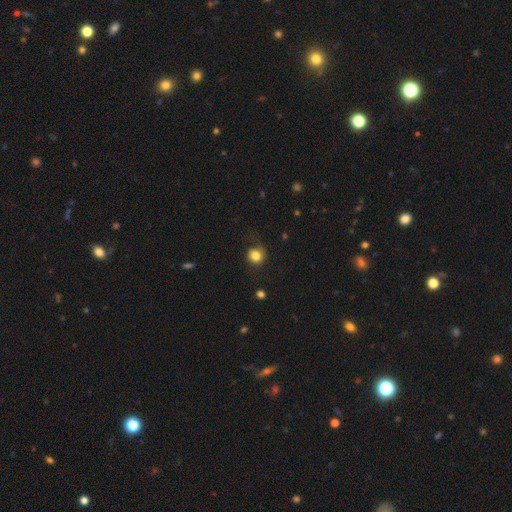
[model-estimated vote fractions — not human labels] smooth_or_featured: smooth (p=0.81) [alt: star or artifact p=0.11]
how_rounded: round (p=0.84) [alt: in between p=0.15]
merging: none (p=0.73) [alt: minor disturbance p=0.18]